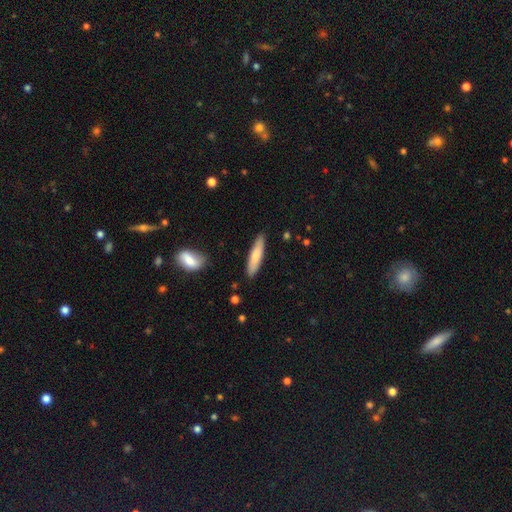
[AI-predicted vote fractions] A smooth galaxy with no disk features (75%) that is cigar-shaped (79%).

Vote fractions:
- Smooth or featured? smooth: 75% / featured or disk: 20% / star or artifact: 5%
- How rounded? cigar-shaped: 79% / in between: 20% / round: 1%
- Merging? none: 87% / minor disturbance: 9% / major disturbance: 2% / merger: 2%